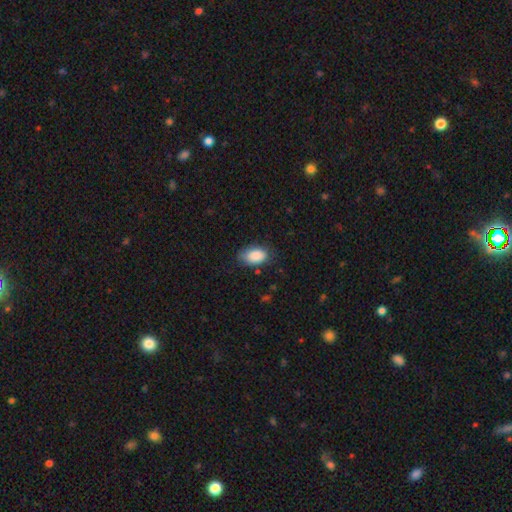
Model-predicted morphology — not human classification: Smooth or featured?
  - smooth: 88% *
  - star or artifact: 7%
  - featured or disk: 6%
How rounded?
  - in between: 91% *
  - round: 8%
  - cigar-shaped: 1%
Merging?
  - none: 71% *
  - minor disturbance: 23%
  - major disturbance: 5%
  - merger: 1%